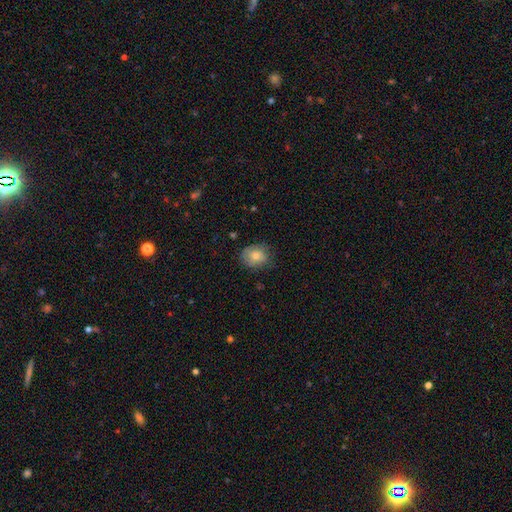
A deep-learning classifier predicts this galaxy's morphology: Smooth or featured?
  - smooth: 69% *
  - featured or disk: 21%
  - star or artifact: 10%
How rounded?
  - round: 63% *
  - in between: 36%
  - cigar-shaped: 1%
Merging?
  - none: 72% *
  - minor disturbance: 22%
  - major disturbance: 5%
  - merger: 1%